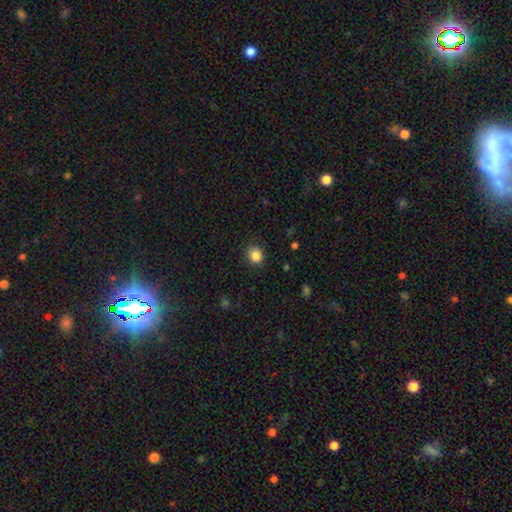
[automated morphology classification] type=smooth (86%); roundness=round (83%); merging=none (87%).